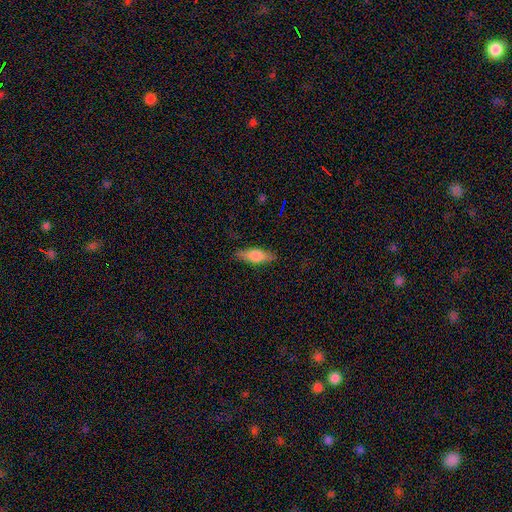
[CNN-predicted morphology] smooth-or-featured: smooth: 66% | featured or disk: 27% | star or artifact: 6%
  how-rounded: in between: 59% | cigar-shaped: 39% | round: 3%
  merging: none: 84% | minor disturbance: 12% | major disturbance: 3% | merger: 1%